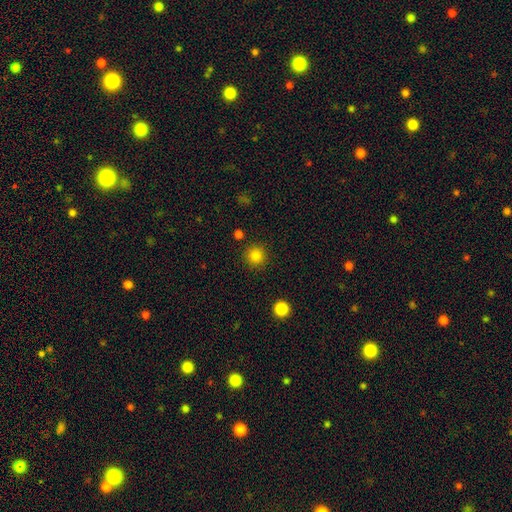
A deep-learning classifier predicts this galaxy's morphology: This is clearly a smooth galaxy (83%). How rounded: clearly round (95%). Merging: clearly none (90%).